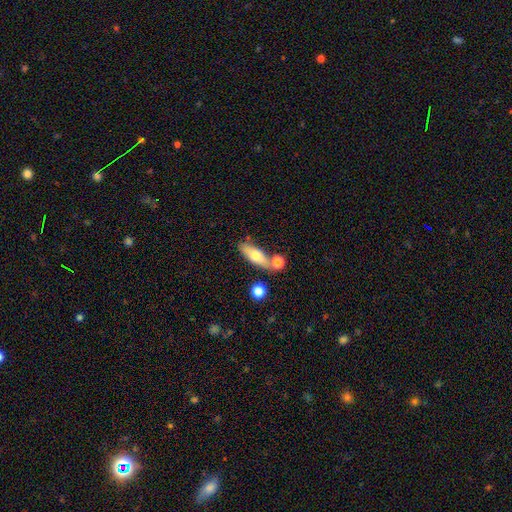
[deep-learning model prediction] smooth-or-featured: smooth: 66% | featured or disk: 27% | star or artifact: 7%
  how-rounded: in between: 61% | cigar-shaped: 35% | round: 4%
  merging: none: 65% | merger: 18% | minor disturbance: 13% | major disturbance: 4%